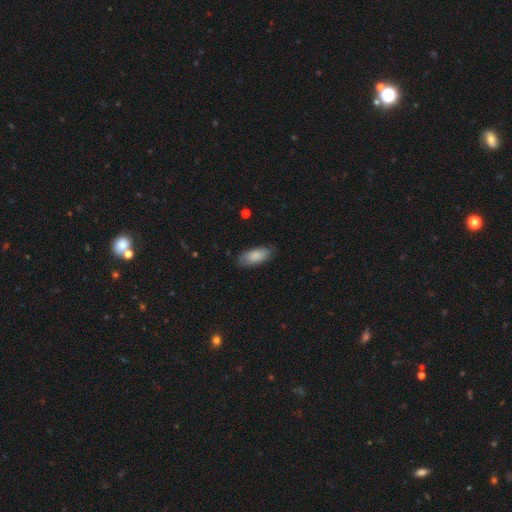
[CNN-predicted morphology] A smooth galaxy with no disk features (85%) that is in between round and cigar-shaped (87%). Merging: none (80%).